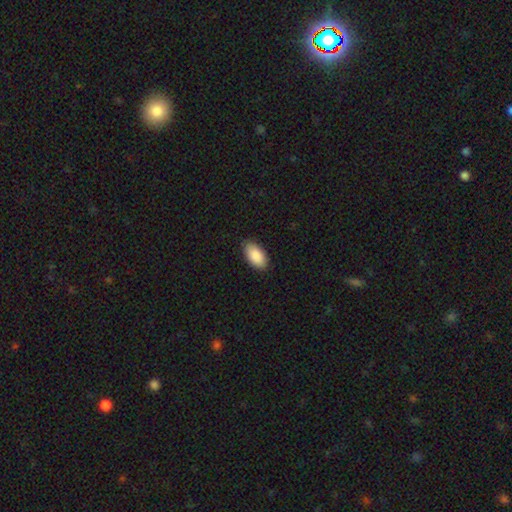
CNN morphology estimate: Overall: smooth (90%). How rounded: in between (95%). Merging: none (87%).